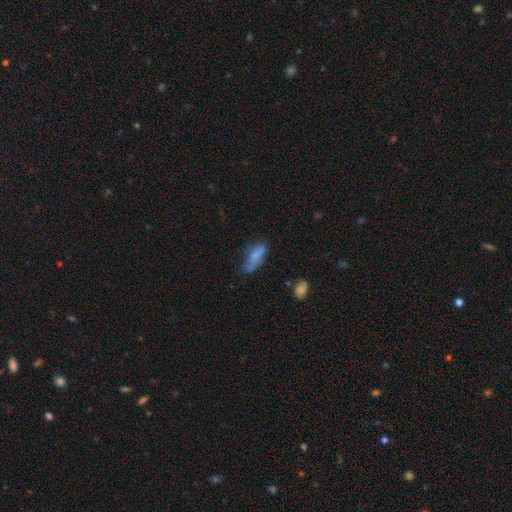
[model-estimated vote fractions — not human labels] Morphology: type=smooth (61%); roundness=in between (66%); merging=none (42%).